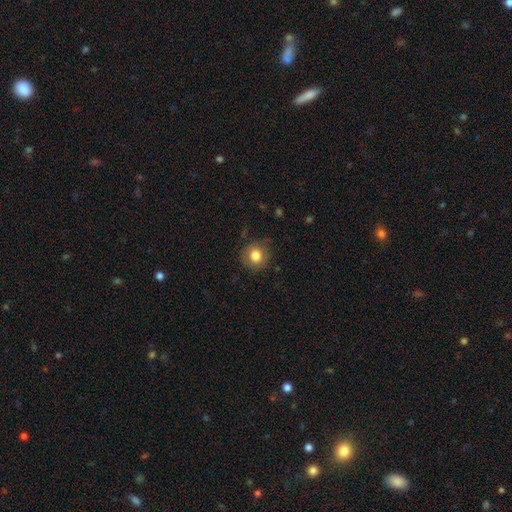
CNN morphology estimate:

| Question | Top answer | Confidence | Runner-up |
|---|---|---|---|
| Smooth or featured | smooth | 81% | star or artifact (10%) |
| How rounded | round | 86% | in between (13%) |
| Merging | none | 82% | minor disturbance (13%) |